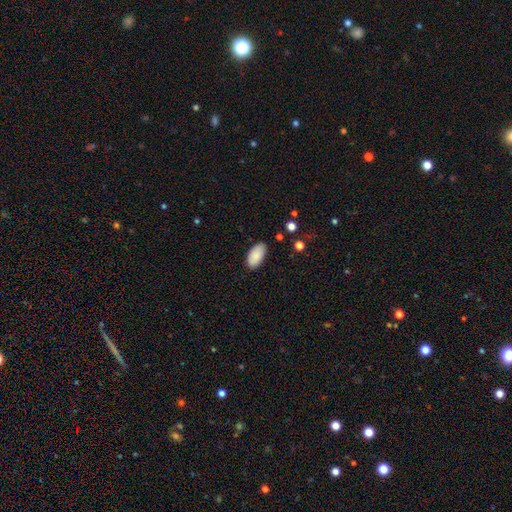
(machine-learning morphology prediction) A smooth galaxy with no disk features (89%) that is in between round and cigar-shaped (95%). Merging: none (85%).